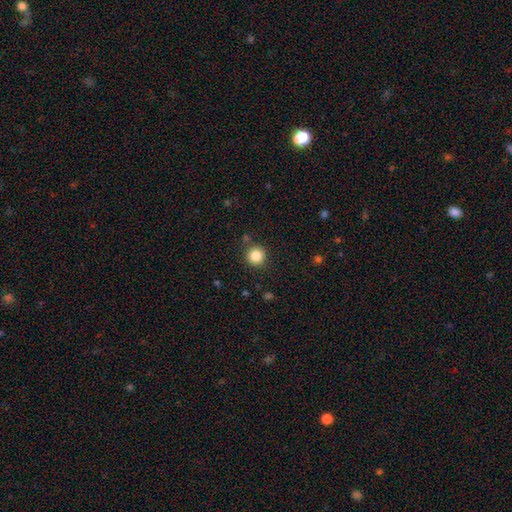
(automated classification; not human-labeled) Q: Smooth or featured?
A: smooth (85%); runner-up: star or artifact (11%)
Q: How rounded?
A: round (94%); runner-up: in between (5%)
Q: Merging?
A: none (88%); runner-up: minor disturbance (7%)